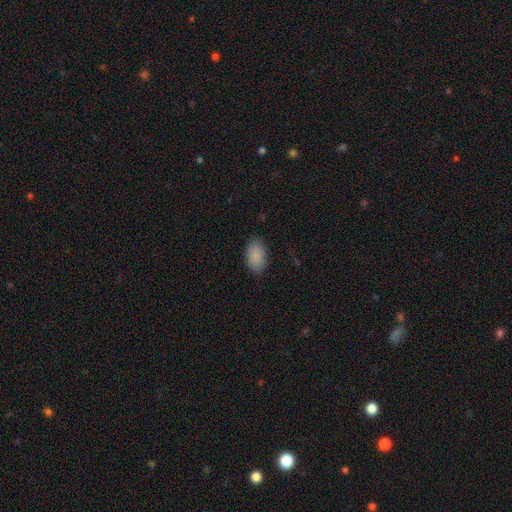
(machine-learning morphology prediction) Smooth or featured: smooth — 89% (star or artifact — 7%)
How rounded: in between — 94% (round — 5%)
Merging: none — 86% (minor disturbance — 11%)